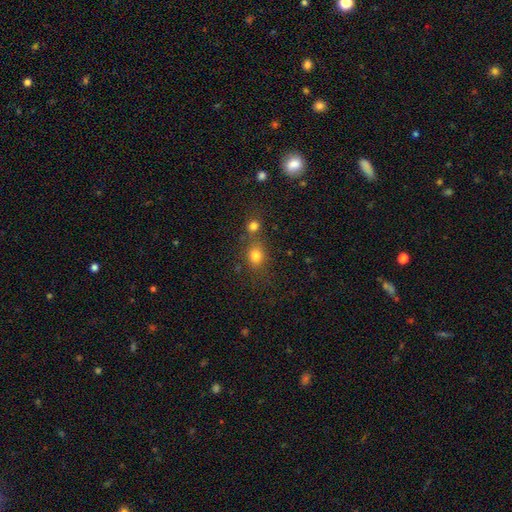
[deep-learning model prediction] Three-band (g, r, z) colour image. It shows a smooth galaxy with no disk features (77%) that is round (63%). Merging: none (55%).